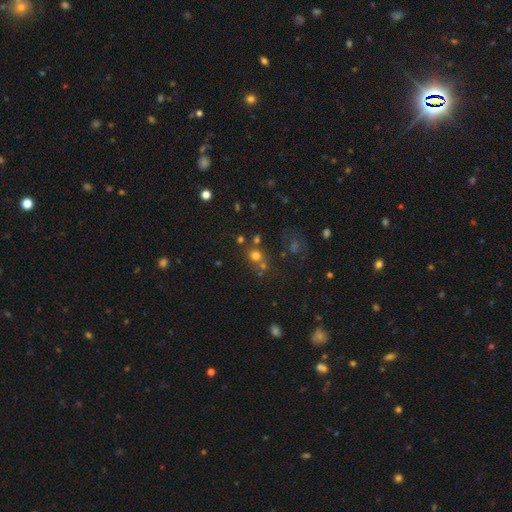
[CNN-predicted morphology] smooth_or_featured: smooth (p=0.68) [alt: star or artifact p=0.23]
how_rounded: round (p=0.83) [alt: in between p=0.15]
merging: none (p=0.65) [alt: merger p=0.20]